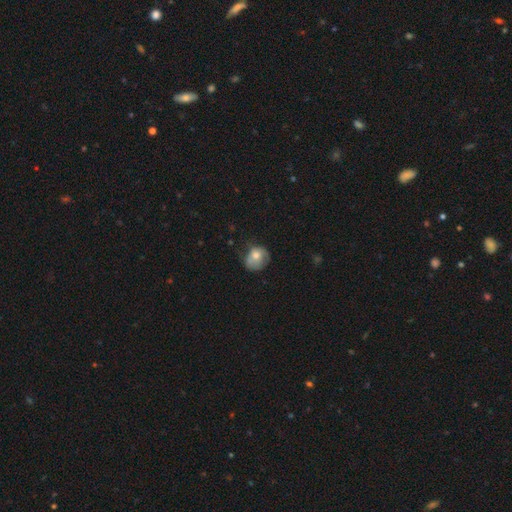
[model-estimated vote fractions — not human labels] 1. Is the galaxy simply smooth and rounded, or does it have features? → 69% smooth, 23% featured or disk, 8% star or artifact.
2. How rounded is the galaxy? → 64% round, 35% in between, 1% cigar-shaped.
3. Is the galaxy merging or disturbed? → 46% none, 35% minor disturbance, 17% major disturbance, 2% merger.